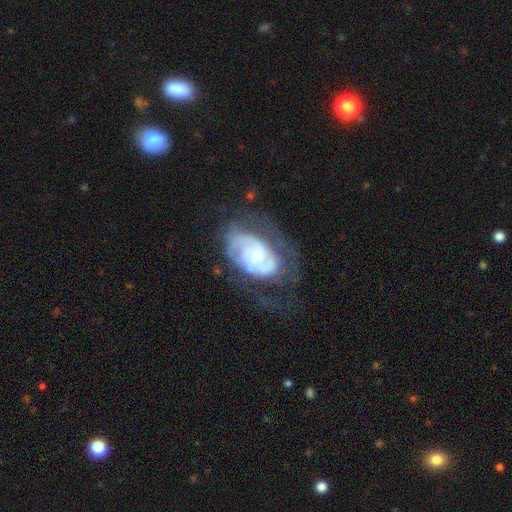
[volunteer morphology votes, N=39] smooth_or_featured: featured or disk (p=0.82) [alt: smooth p=0.10]
disk_edge_on: no (p=0.97) [alt: yes p=0.03]
bar: no (p=0.52) [alt: weak p=0.42]
has_spiral_arms: yes (p=0.87) [alt: no p=0.13]
spiral_winding: tight (p=0.63) [alt: medium p=0.30]
spiral_arm_count: 2 (p=0.56) [alt: can't tell p=0.26]
bulge_size: small (p=0.61) [alt: moderate p=0.39]
merging: none (p=0.36) [tied with: major disturbance p=0.36]